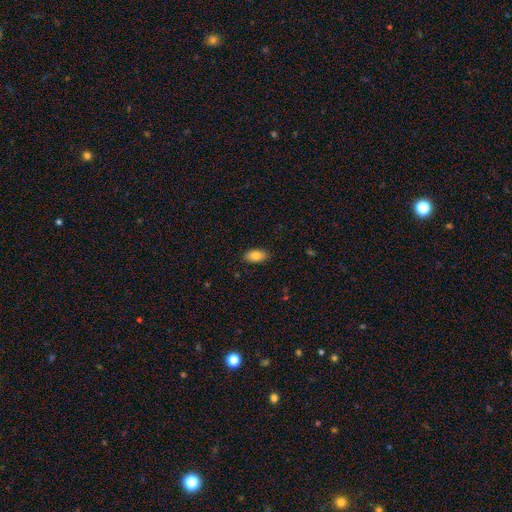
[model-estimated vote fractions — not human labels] Smooth or featured?
  - smooth: 82% *
  - featured or disk: 11%
  - star or artifact: 7%
How rounded?
  - in between: 93% *
  - round: 5%
  - cigar-shaped: 2%
Merging?
  - none: 88% *
  - minor disturbance: 9%
  - major disturbance: 2%
  - merger: 1%